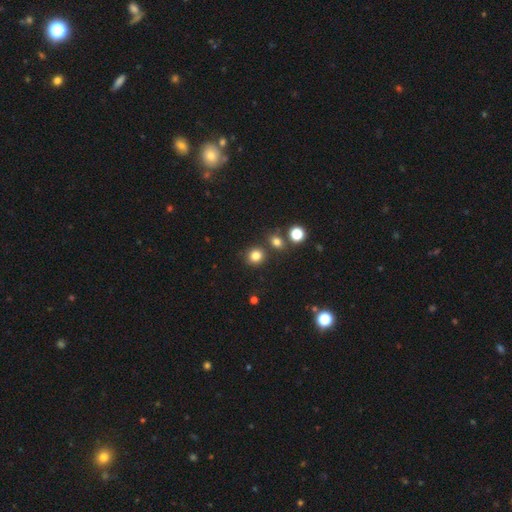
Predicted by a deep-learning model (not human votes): Overall: smooth (81%). How rounded: round (84%). Merging: none (79%).